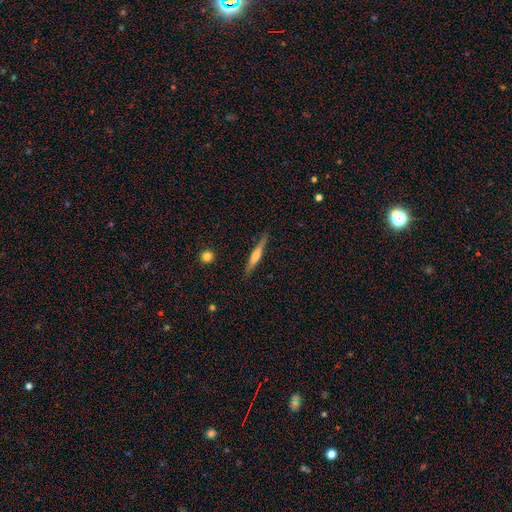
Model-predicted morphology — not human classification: Smooth or featured? Predicted: featured or disk (p=0.56). Edge-on disk? Predicted: yes (p=0.97). Edge-on bulge? Predicted: rounded (p=0.63). Merging? Predicted: none (p=0.88).